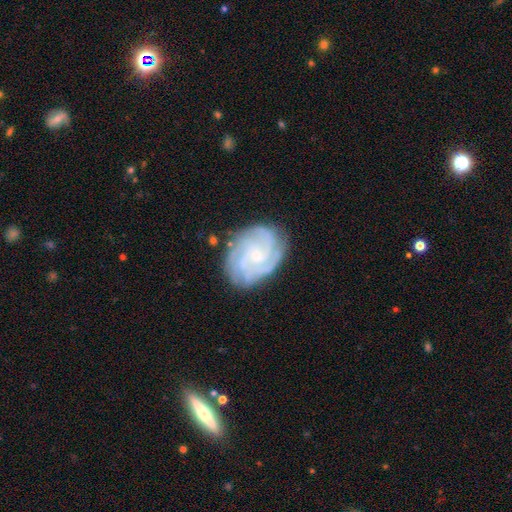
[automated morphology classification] Smooth or featured?
  - featured or disk: 83% *
  - smooth: 11%
  - star or artifact: 6%
Edge-on disk?
  - no: 98% *
  - yes: 2%
Bar?
  - no: 71% *
  - weak: 25%
  - strong: 4%
Spiral arms?
  - yes: 96% *
  - no: 4%
Spiral winding?
  - tight: 67% *
  - medium: 28%
  - loose: 5%
Spiral arm count?
  - 4: 28% *
  - 3: 25%
  - can't tell: 24%
  - 2: 11%
  - more than 4: 7%
  - 1: 6%
Bulge size?
  - small: 68% *
  - moderate: 25%
  - none: 4%
  - large: 1%
  - dominant: 1%
Merging?
  - none: 78% *
  - minor disturbance: 16%
  - major disturbance: 5%
  - merger: 1%